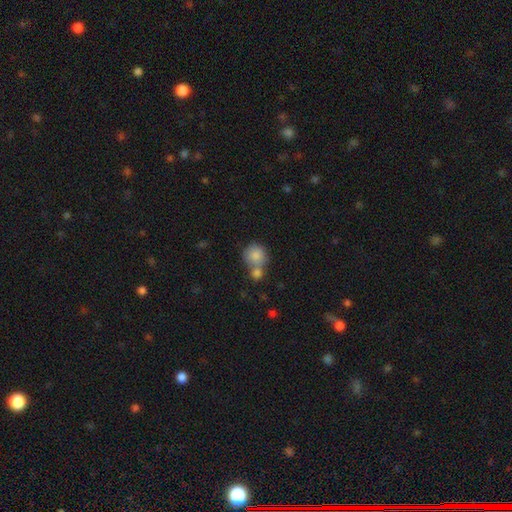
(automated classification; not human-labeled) This appears to be a smooth galaxy with no disk features (83%) that is round (87%). Merging: merger (46%).